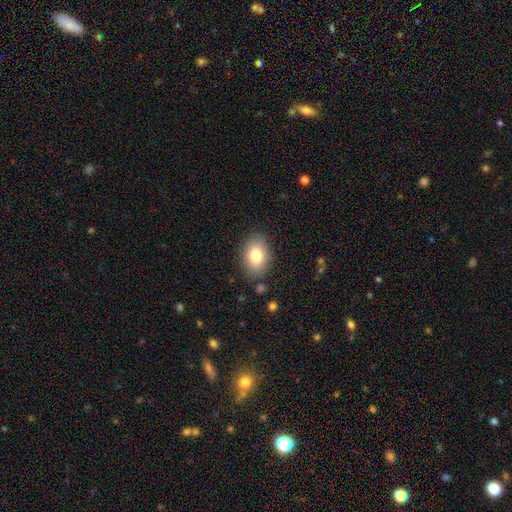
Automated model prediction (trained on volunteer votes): smooth_or_featured: smooth (p=0.80) [alt: featured or disk p=0.11]
how_rounded: in between (p=0.79) [alt: round p=0.20]
merging: none (p=0.84) [alt: minor disturbance p=0.11]